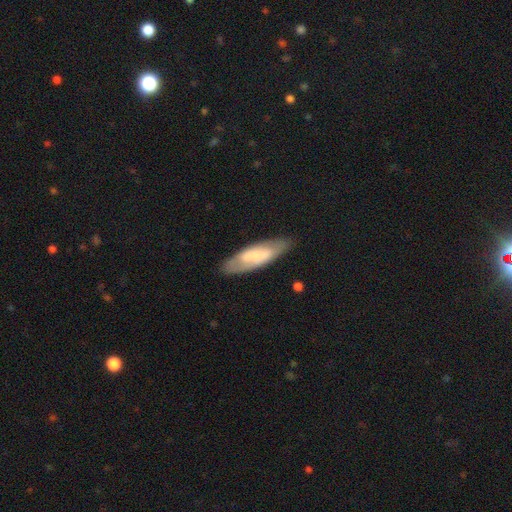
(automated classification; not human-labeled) smooth-or-featured: smooth: 57% | featured or disk: 37% | star or artifact: 6%
  how-rounded: in between: 52% | cigar-shaped: 46% | round: 2%
  merging: none: 76% | minor disturbance: 18% | major disturbance: 5% | merger: 2%